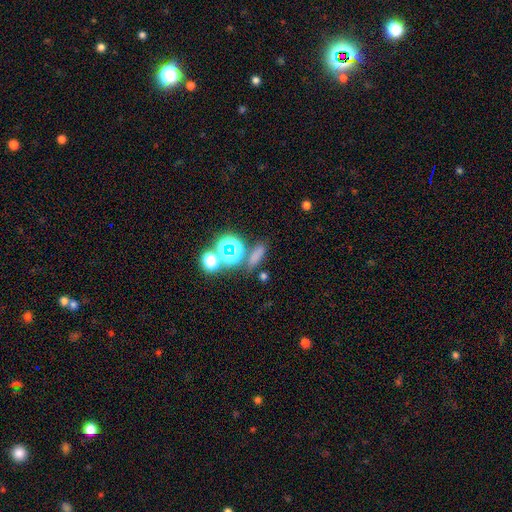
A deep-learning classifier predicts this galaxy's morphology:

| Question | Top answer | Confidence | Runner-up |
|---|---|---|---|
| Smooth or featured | smooth | 61% | star or artifact (30%) |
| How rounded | in between | 39% | round (31%) |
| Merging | none | 71% | merger (13%) |